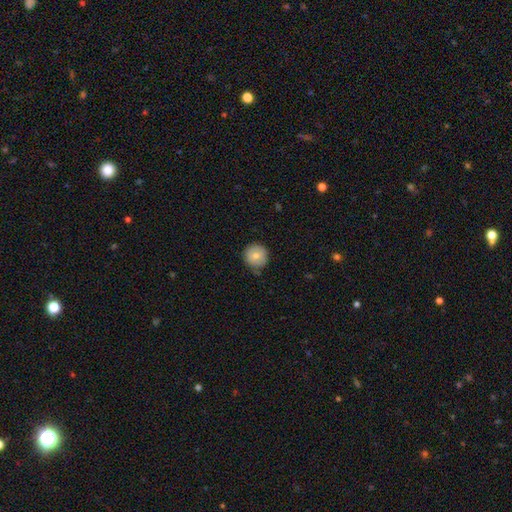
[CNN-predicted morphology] The model was most divided on "smooth or featured": smooth: 77%, featured or disk: 15%, star or artifact: 8%. More confident: how rounded — round (94%); merging — none (79%).